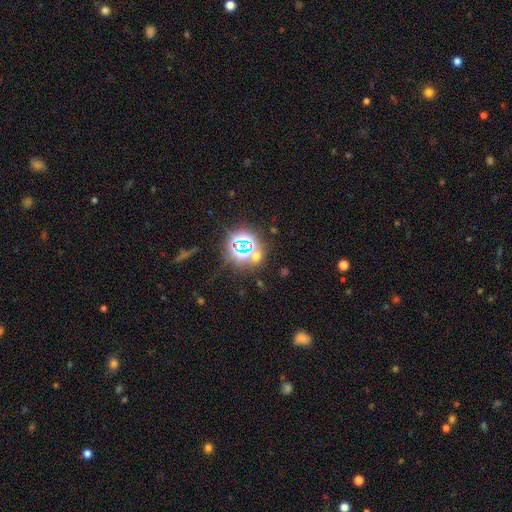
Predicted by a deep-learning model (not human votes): The model was most divided on "smooth or featured": star or artifact: 66%, smooth: 25%, featured or disk: 9%.